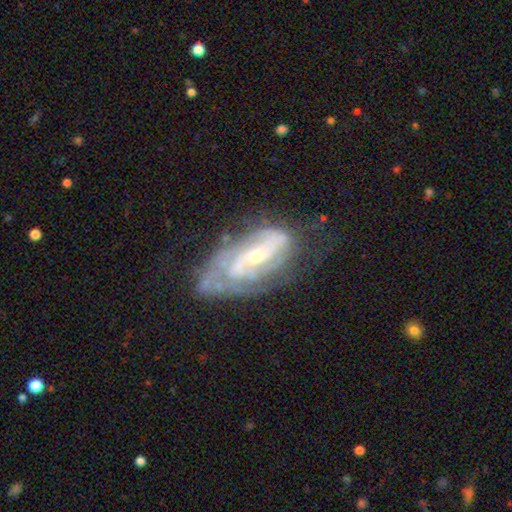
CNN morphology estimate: The model was most divided on "spiral arm count": can't tell: 38%, 2: 36%, 3: 12%, 1: 5%, 4: 5%, more than 4: 3%. Remaining: edge-on disk — no (93%); spiral arms — yes (86%); smooth or featured — featured or disk (81%); bulge size — small (62%); merging — none (53%); spiral winding — tight (52%); bar — no (45%).